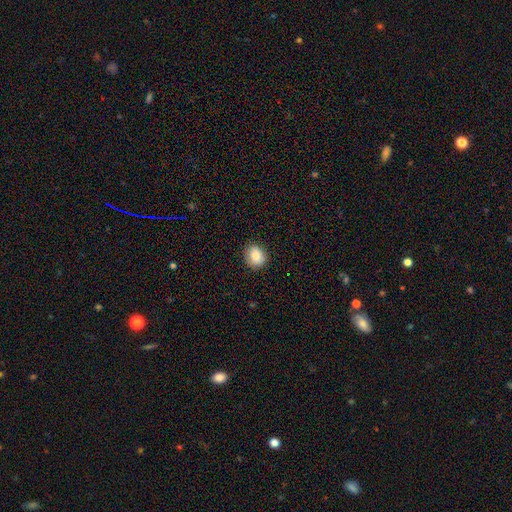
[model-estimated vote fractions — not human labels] A smooth galaxy with no disk features (84%) that is round (70%). Merging: none (87%).